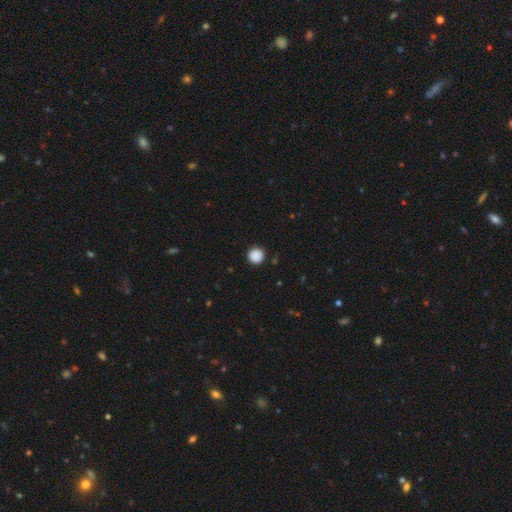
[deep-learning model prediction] Smooth or featured: smooth — 88% (star or artifact — 9%)
How rounded: round — 94% (in between — 5%)
Merging: none — 91% (minor disturbance — 6%)